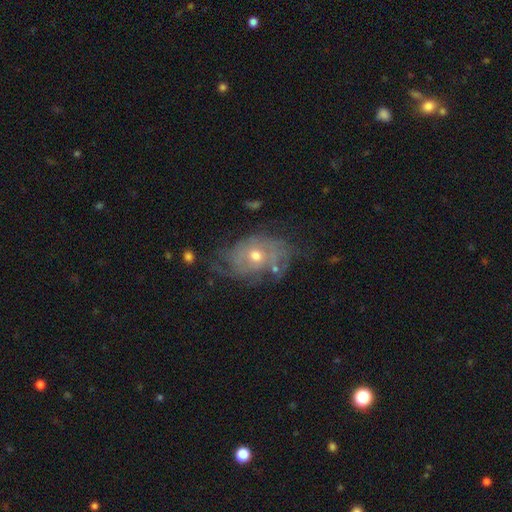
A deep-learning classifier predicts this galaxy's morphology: A featured or disk galaxy (71%) with no bar (82%), tight (58%) spiral arms (76%) and a moderate central bulge (63%).

Vote fractions:
- Smooth or featured? featured or disk: 71% / smooth: 18% / star or artifact: 10%
- Edge-on disk? no: 96% / yes: 4%
- Bar? no: 82% / weak: 15% / strong: 3%
- Spiral arms? yes: 76% / no: 24%
- Spiral winding? tight: 58% / medium: 29% / loose: 13%
- Spiral arm count? can't tell: 56% / 2: 15% / 3: 12% / 4: 7% / more than 4: 5% / 1: 5%
- Bulge size? moderate: 63% / small: 33% / large: 3% / none: 1% / dominant: 1%
- Merging? none: 59% / minor disturbance: 24% / major disturbance: 14% / merger: 4%